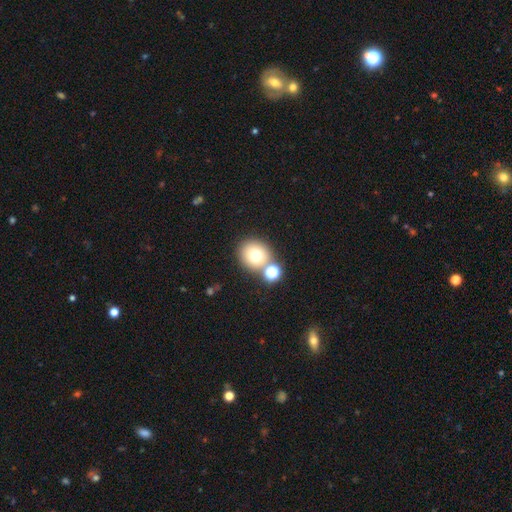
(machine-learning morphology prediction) The model was most divided on "merging": none: 67%, merger: 22%, minor disturbance: 8%, major disturbance: 3%. More confident: how rounded — round (85%); smooth or featured — smooth (71%).